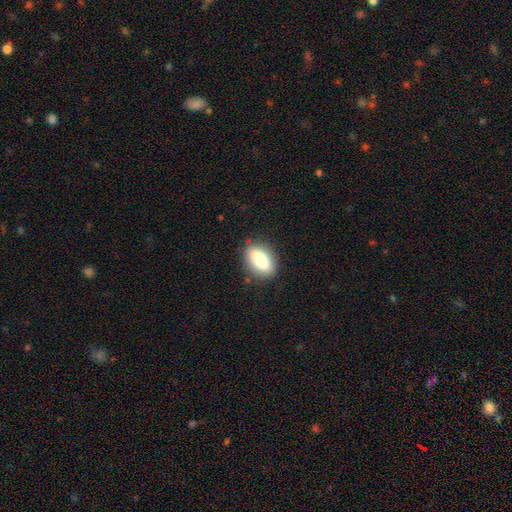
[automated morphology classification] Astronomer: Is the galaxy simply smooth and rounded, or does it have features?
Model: smooth — 79%.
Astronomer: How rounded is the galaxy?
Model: in between — 80%.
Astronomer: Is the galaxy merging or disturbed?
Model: none — 84%.